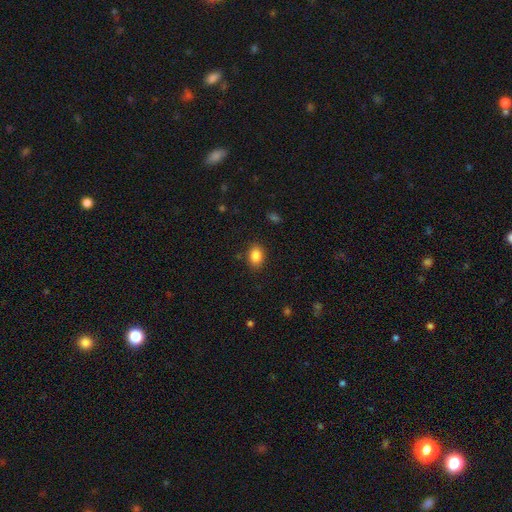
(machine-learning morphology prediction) A smooth galaxy with no disk features (86%) that is in between round and cigar-shaped (74%).

Vote fractions:
- Smooth or featured? smooth: 86% / star or artifact: 9% / featured or disk: 5%
- How rounded? in between: 74% / round: 25% / cigar-shaped: 1%
- Merging? none: 86% / minor disturbance: 10% / major disturbance: 3% / merger: 1%